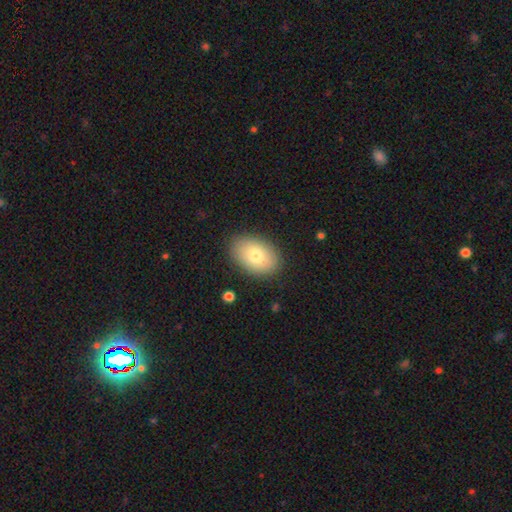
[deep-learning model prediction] Q: Smooth or featured?
A: smooth (78%); runner-up: featured or disk (15%)
Q: How rounded?
A: in between (87%); runner-up: round (12%)
Q: Merging?
A: none (87%); runner-up: minor disturbance (9%)